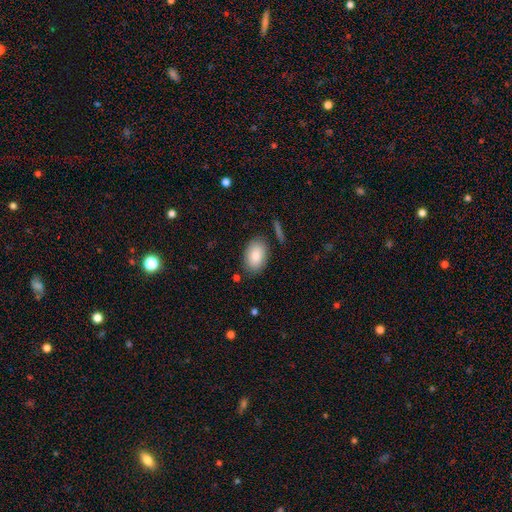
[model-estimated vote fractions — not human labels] Smooth or featured?
  - smooth: 84% *
  - featured or disk: 9%
  - star or artifact: 7%
How rounded?
  - in between: 89% *
  - round: 9%
  - cigar-shaped: 1%
Merging?
  - none: 82% *
  - minor disturbance: 12%
  - major disturbance: 3%
  - merger: 3%